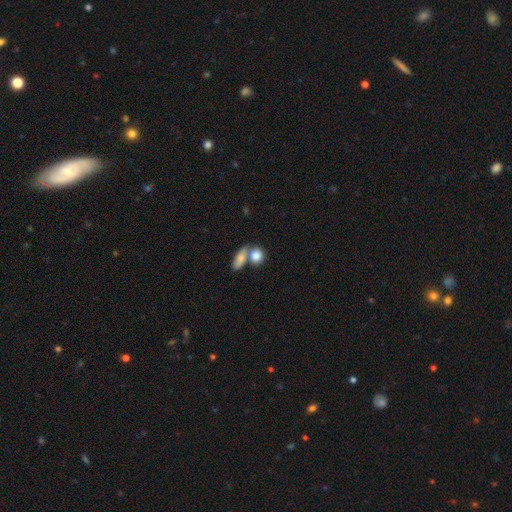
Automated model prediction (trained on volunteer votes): Smooth or featured: smooth — 82% (featured or disk — 11%)
How rounded: round — 55% (in between — 40%)
Merging: merger — 48% (none — 39%)